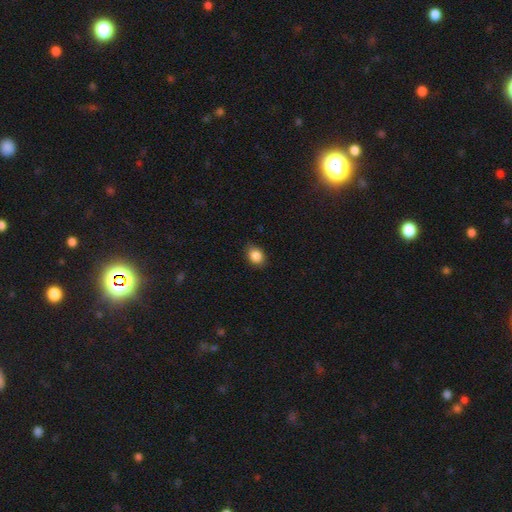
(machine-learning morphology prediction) This is clearly a smooth galaxy (86%). How rounded: possibly in between (54%). Merging: clearly none (83%).